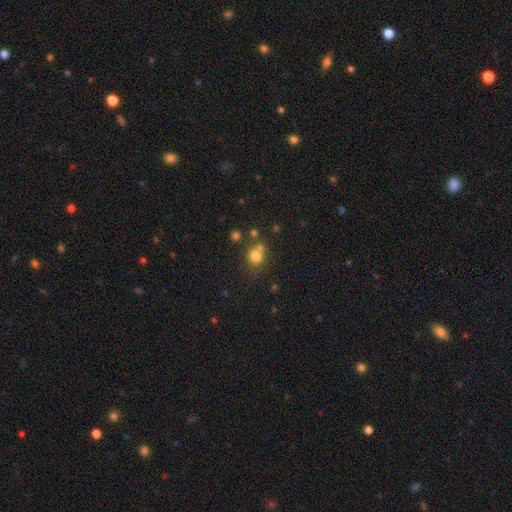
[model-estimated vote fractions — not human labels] Morphology: type=smooth (76%); roundness=round (85%); merging=none (57%).